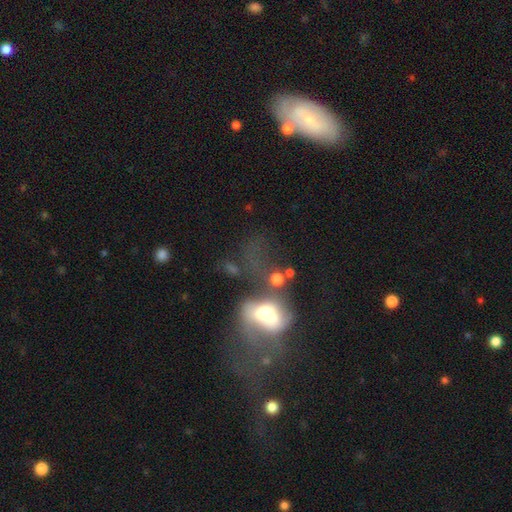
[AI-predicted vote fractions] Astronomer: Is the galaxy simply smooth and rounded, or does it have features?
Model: featured or disk — 45% (runner-up: smooth, 35%).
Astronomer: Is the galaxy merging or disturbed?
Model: major disturbance — 42% (runner-up: merger, 25%).